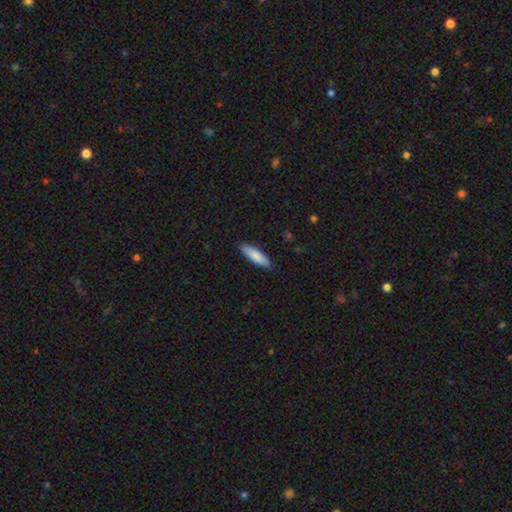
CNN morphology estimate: This appears to be a smooth galaxy with no disk features (84%) that is cigar-shaped (58%). Merging: none (87%).